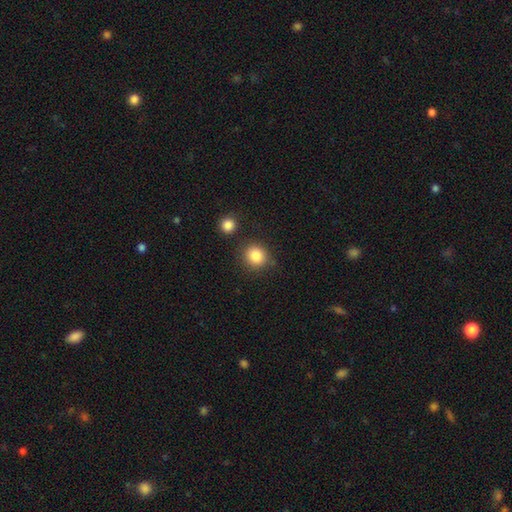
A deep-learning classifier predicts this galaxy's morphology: This appears to be a smooth galaxy with no disk features (85%) that is round (86%). Merging: none (80%).